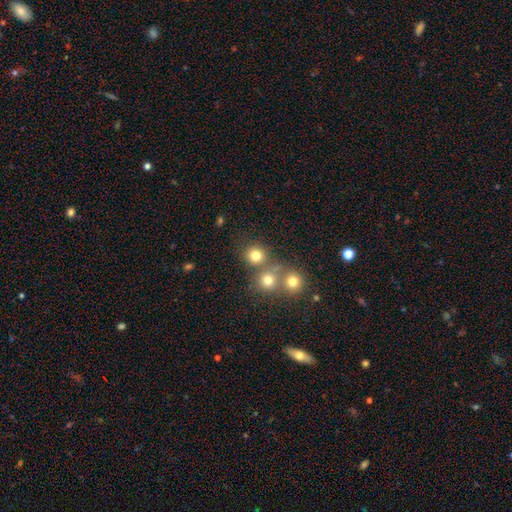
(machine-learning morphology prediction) This is likely a smooth galaxy (78%). How rounded: clearly round (89%). Merging: likely none (68%).